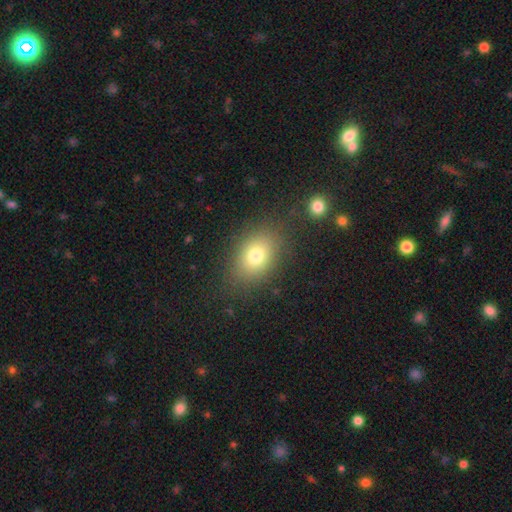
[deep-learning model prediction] smooth_or_featured: smooth (p=0.76) [alt: star or artifact p=0.13]
how_rounded: in between (p=0.68) [alt: round p=0.31]
merging: none (p=0.81) [alt: minor disturbance p=0.11]